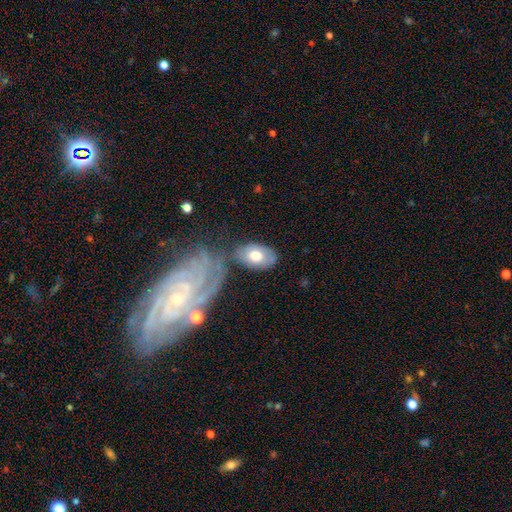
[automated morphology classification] Smooth or featured: smooth — 64% (featured or disk — 30%)
How rounded: in between — 90% (round — 8%)
Merging: none — 62% (minor disturbance — 18%)